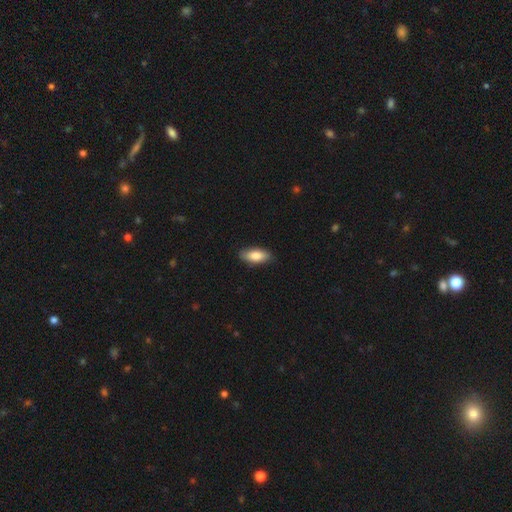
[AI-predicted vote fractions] smooth 83%, featured or disk 11%, star or artifact 6%. Down the decision tree: how rounded — in between (84%); merging — none (87%).